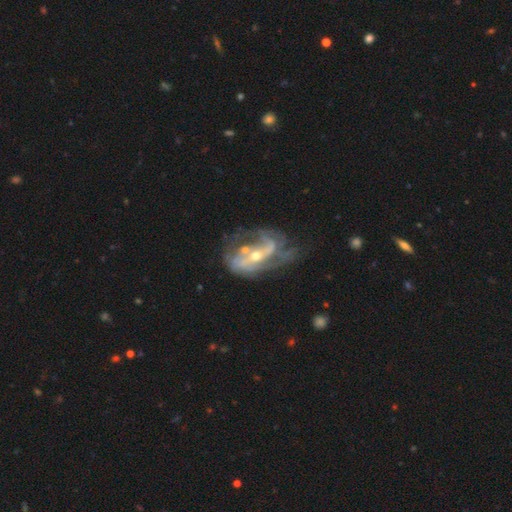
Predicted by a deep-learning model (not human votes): The model was most divided on "spiral winding": loose: 40%, medium: 39%, tight: 22%. Remaining: edge-on disk — no (95%); spiral arms — yes (86%); smooth or featured — featured or disk (85%); spiral arm count — 2 (57%); bulge size — small (56%); merging — none (39%); bar — weak (34%).